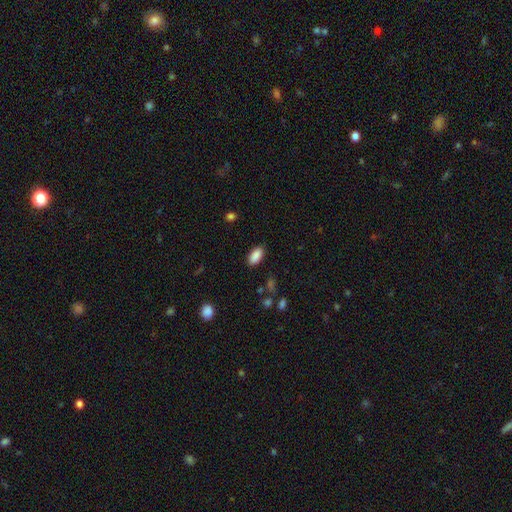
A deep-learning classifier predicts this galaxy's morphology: type=smooth (89%); roundness=in between (93%); merging=none (87%).